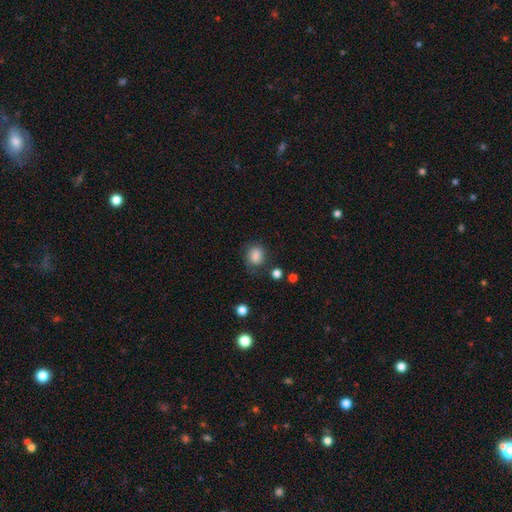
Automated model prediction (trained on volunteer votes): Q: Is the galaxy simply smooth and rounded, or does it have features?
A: smooth — 82%.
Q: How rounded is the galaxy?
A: round — 53%.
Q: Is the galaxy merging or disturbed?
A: none — 62%.